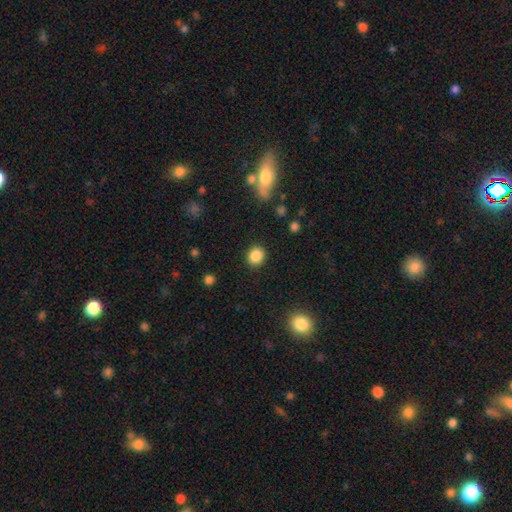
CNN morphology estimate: Smooth or featured? Predicted: smooth (p=0.86). How rounded? Predicted: round (p=0.75). Merging? Predicted: none (p=0.89).